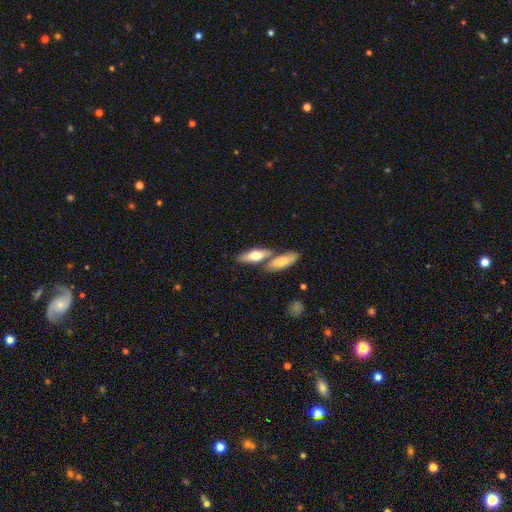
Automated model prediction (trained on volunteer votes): A smooth galaxy with no disk features (59%) that is in between round and cigar-shaped (54%). Merging: none (55%).